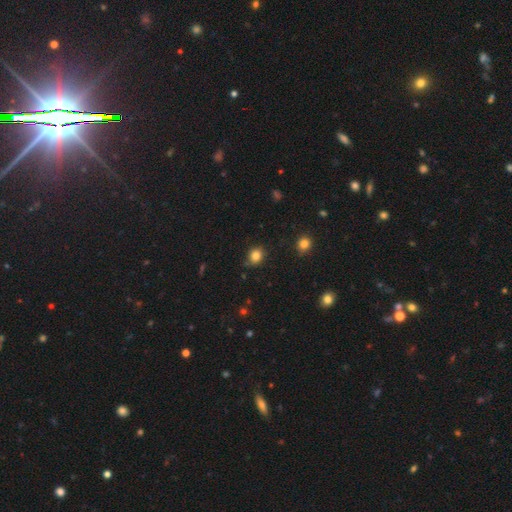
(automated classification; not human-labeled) smooth 83%, star or artifact 12%, featured or disk 5%. Down the decision tree: how rounded — round (63%); merging — none (79%).